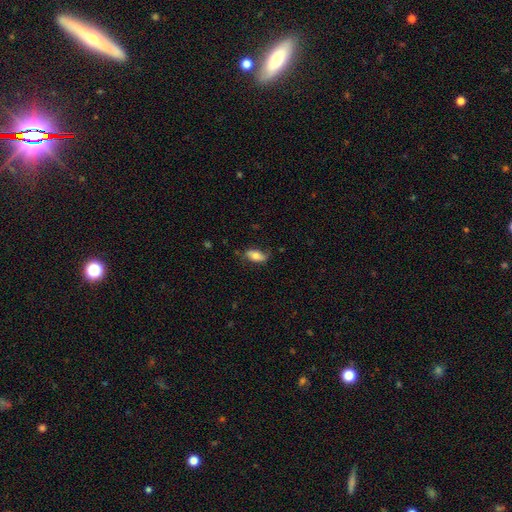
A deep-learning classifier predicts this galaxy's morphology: Smooth or featured?
  - smooth: 68% *
  - featured or disk: 25%
  - star or artifact: 7%
How rounded?
  - in between: 87% *
  - cigar-shaped: 9%
  - round: 4%
Merging?
  - none: 69% *
  - minor disturbance: 23%
  - major disturbance: 6%
  - merger: 1%